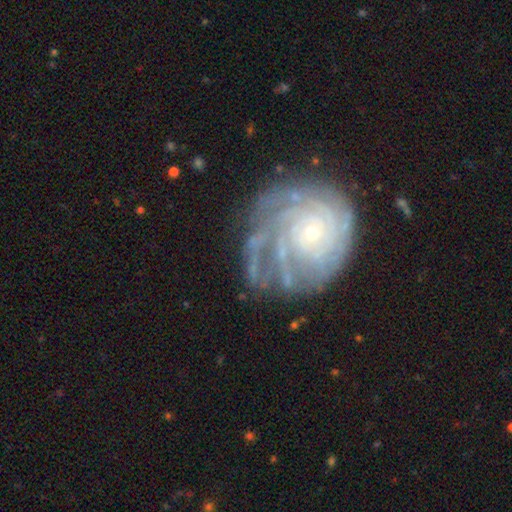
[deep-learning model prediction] smooth-or-featured: featured or disk: 80% | smooth: 10% | star or artifact: 10%
  disk-edge-on: no: 97% | yes: 3%
    bar: no: 80% | weak: 15% | strong: 5%
    has-spiral-arms: yes: 93% | no: 7%
      spiral-winding: tight: 77% | medium: 18% | loose: 5%
      spiral-arm-count: can't tell: 36% | 4: 18% | more than 4: 17% | 3: 12% | 2: 9% | 1: 7%
    bulge-size: small: 82% | moderate: 13% | none: 2% | large: 1% | dominant: 1%
  merging: none: 64% | minor disturbance: 21% | major disturbance: 13% | merger: 2%